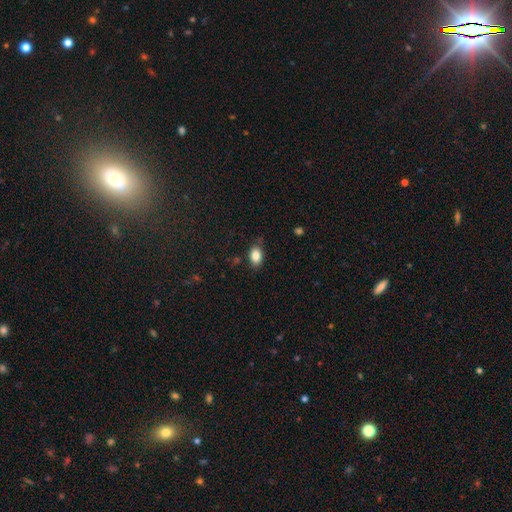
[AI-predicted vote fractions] Smooth or featured? Predicted: smooth (p=0.85). How rounded? Predicted: in between (p=0.85). Merging? Predicted: none (p=0.76).